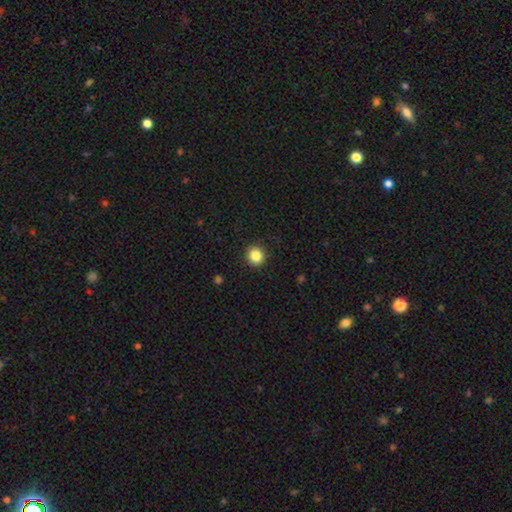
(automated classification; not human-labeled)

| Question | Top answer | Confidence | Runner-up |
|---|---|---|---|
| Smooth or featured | smooth | 85% | star or artifact (11%) |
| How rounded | round | 90% | in between (9%) |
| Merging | none | 92% | minor disturbance (5%) |